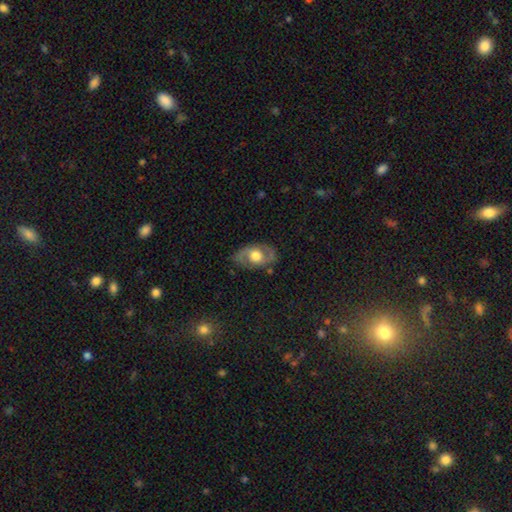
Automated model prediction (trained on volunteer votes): Q: Smooth or featured?
A: featured or disk (65%); runner-up: smooth (29%)
Q: Edge-on disk?
A: no (91%); runner-up: yes (9%)
Q: Bar?
A: no (74%); runner-up: weak (21%)
Q: Spiral arms?
A: yes (65%); runner-up: no (35%)
Q: Bulge size?
A: moderate (53%); runner-up: large (40%)
Q: Merging?
A: none (78%); runner-up: minor disturbance (16%)